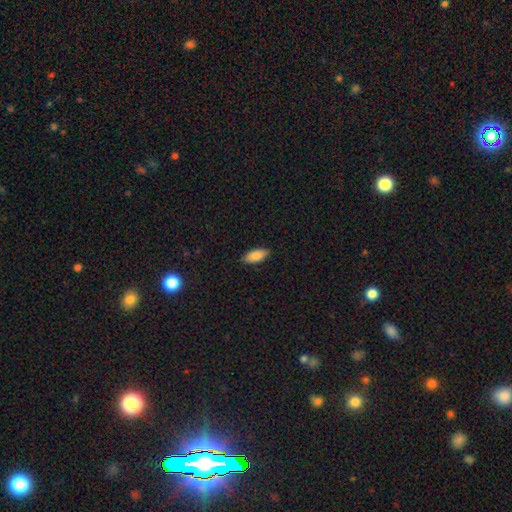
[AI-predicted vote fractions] Morphology: type=smooth (87%); roundness=in between (84%); merging=none (88%).